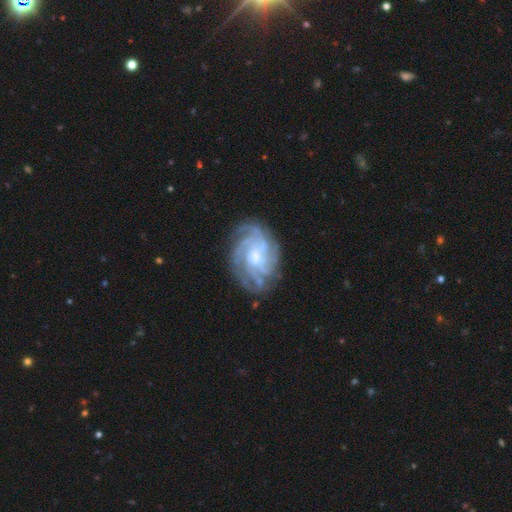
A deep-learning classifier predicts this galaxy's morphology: Overall: featured or disk (86%). Edge-on disk: no (97%). Bar: no (57%; weak 36%). Spiral arms: yes (97%). Spiral arm count: can't tell (27%, tied with 4). Spiral winding: tight (64%; medium 29%). Bulge size: small (45%; moderate 40%). Merging: none (76%).